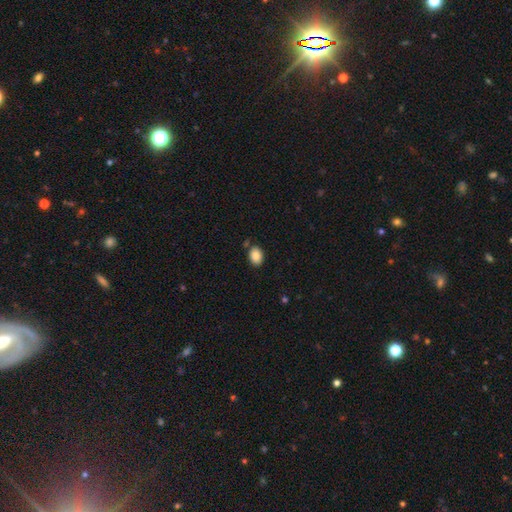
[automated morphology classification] A smooth galaxy with no disk features (88%) that is in between round and cigar-shaped (75%).

Vote fractions:
- Smooth or featured? smooth: 88% / star or artifact: 8% / featured or disk: 4%
- How rounded? in between: 75% / round: 24% / cigar-shaped: 1%
- Merging? none: 81% / minor disturbance: 12% / merger: 4% / major disturbance: 3%